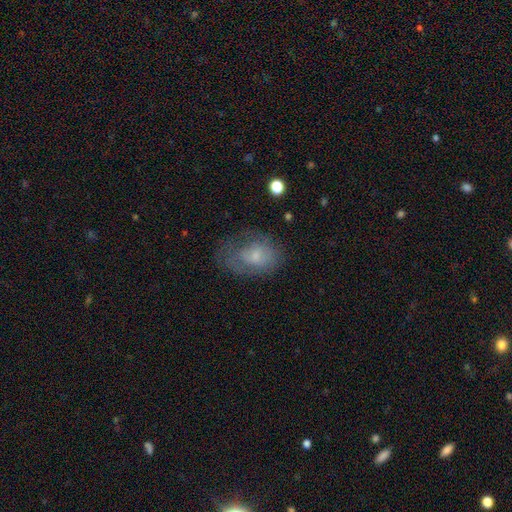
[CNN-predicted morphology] smooth 54%, featured or disk 37%, star or artifact 10%. Down the decision tree: how rounded — in between (78%); merging — none (45%).